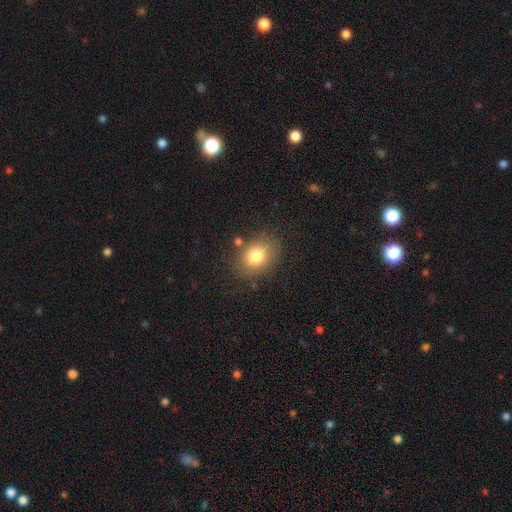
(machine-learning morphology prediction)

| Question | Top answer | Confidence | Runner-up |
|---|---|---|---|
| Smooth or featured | smooth | 80% | star or artifact (10%) |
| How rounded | in between | 57% | round (42%) |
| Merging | none | 78% | minor disturbance (14%) |